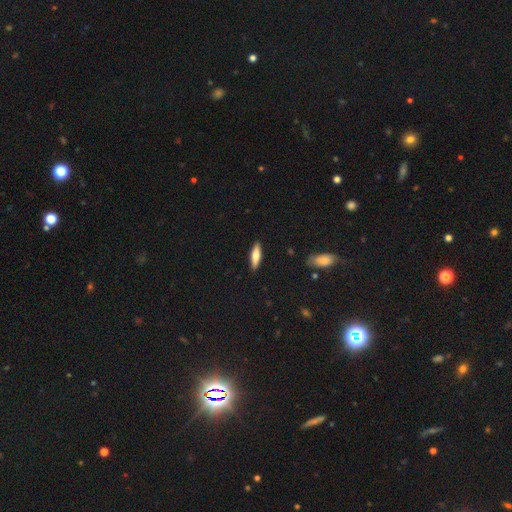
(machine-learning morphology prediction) Smooth or featured?
  - smooth: 64% *
  - featured or disk: 30%
  - star or artifact: 6%
How rounded?
  - cigar-shaped: 68% *
  - in between: 31%
  - round: 2%
Merging?
  - none: 89% *
  - minor disturbance: 8%
  - major disturbance: 2%
  - merger: 1%